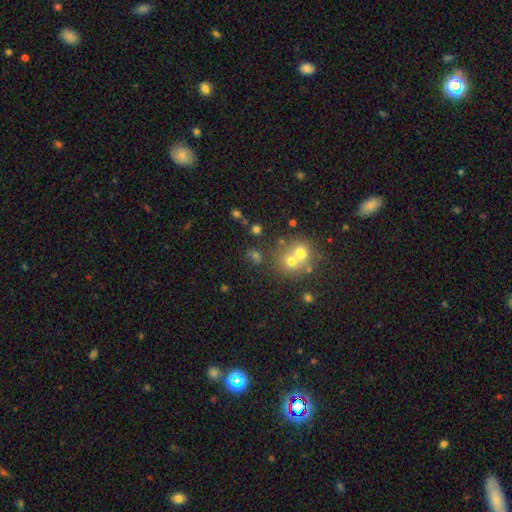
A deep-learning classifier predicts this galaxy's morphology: Smooth or featured?
  - smooth: 56% *
  - star or artifact: 27%
  - featured or disk: 18%
How rounded?
  - round: 71% *
  - in between: 27%
  - cigar-shaped: 2%
Merging?
  - none: 48% *
  - merger: 41%
  - minor disturbance: 8%
  - major disturbance: 4%